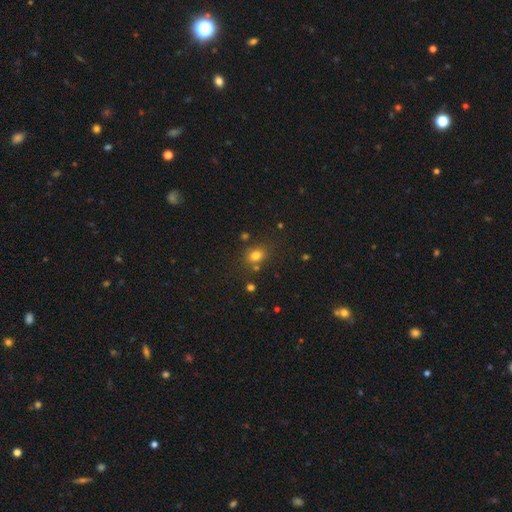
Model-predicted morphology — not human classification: Smooth or featured?
  - smooth: 77% *
  - star or artifact: 15%
  - featured or disk: 8%
How rounded?
  - in between: 50% *
  - round: 49%
  - cigar-shaped: 1%
Merging?
  - none: 72% *
  - minor disturbance: 14%
  - merger: 10%
  - major disturbance: 4%